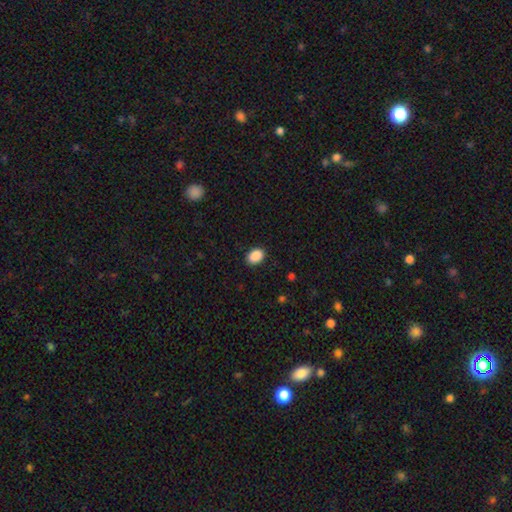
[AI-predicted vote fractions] The model was most divided on "how rounded": in between: 76%, round: 23%, cigar-shaped: 1%. More confident: smooth or featured — smooth (90%); merging — none (89%).